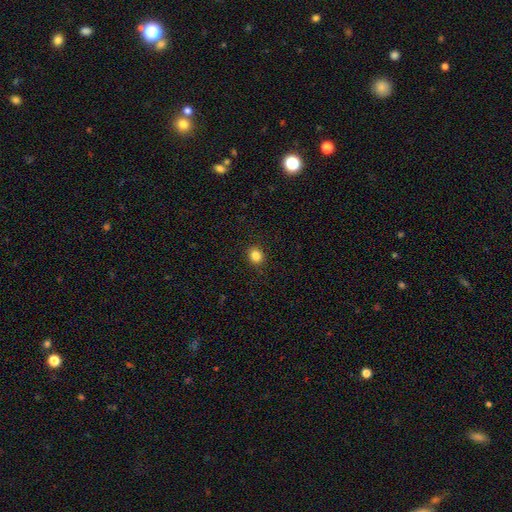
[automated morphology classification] smooth_or_featured: smooth (p=0.84) [alt: star or artifact p=0.11]
how_rounded: round (p=0.76) [alt: in between p=0.23]
merging: none (p=0.90) [alt: minor disturbance p=0.07]